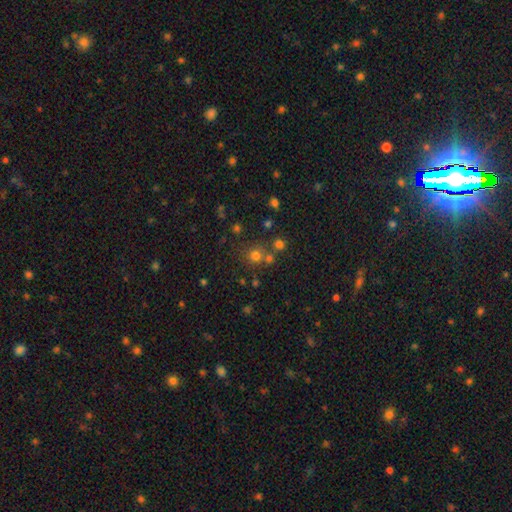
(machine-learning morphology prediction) Q: Smooth or featured?
A: smooth (69%); runner-up: star or artifact (23%)
Q: How rounded?
A: round (88%); runner-up: in between (11%)
Q: Merging?
A: none (68%); runner-up: merger (19%)